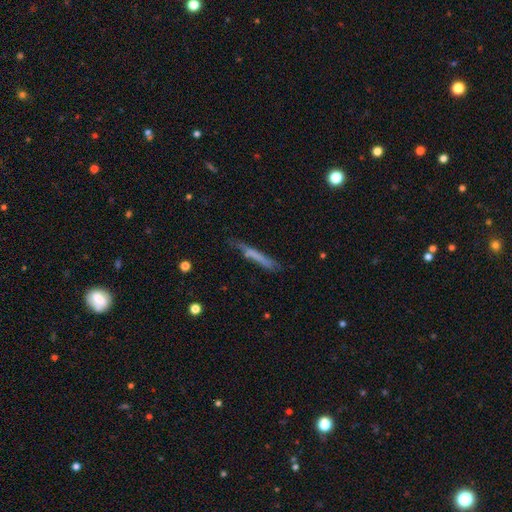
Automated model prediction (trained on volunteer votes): Overall: smooth (58%; featured or disk 34%). How rounded: cigar-shaped (95%). Merging: none (68%).